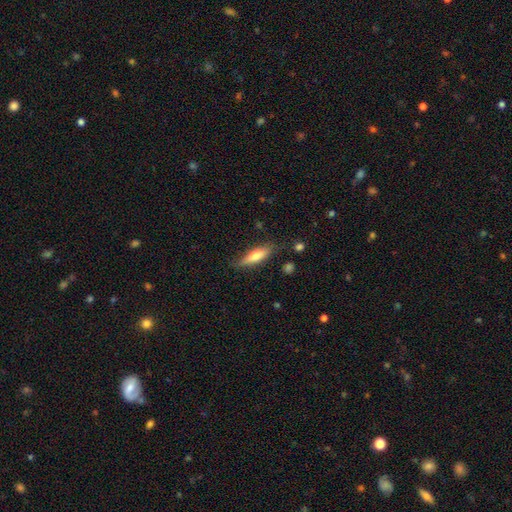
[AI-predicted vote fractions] This is likely a smooth galaxy (64%). How rounded: likely cigar-shaped (64%). Merging: likely none (77%).